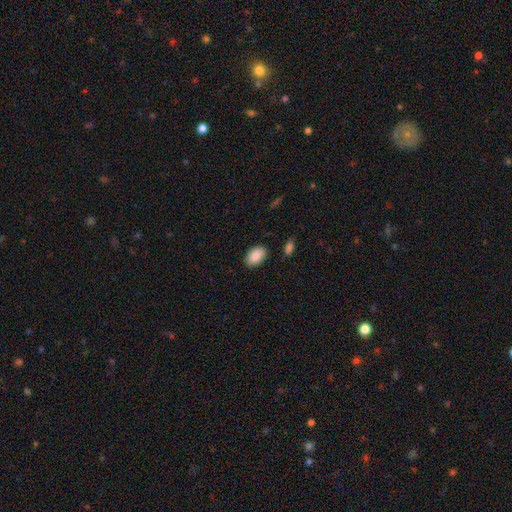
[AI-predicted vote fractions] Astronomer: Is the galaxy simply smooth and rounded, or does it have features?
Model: smooth — 88%.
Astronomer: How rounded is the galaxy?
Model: in between — 92%.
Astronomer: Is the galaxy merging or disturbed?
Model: none — 85%.